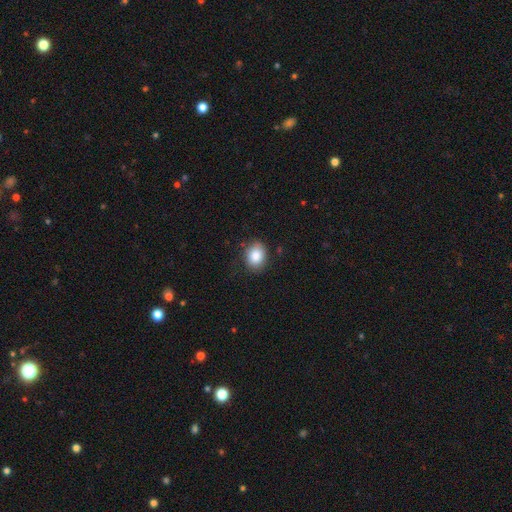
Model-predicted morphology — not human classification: Q: Smooth or featured?
A: smooth (86%); runner-up: star or artifact (8%)
Q: How rounded?
A: in between (53%); runner-up: round (46%)
Q: Merging?
A: none (80%); runner-up: minor disturbance (15%)